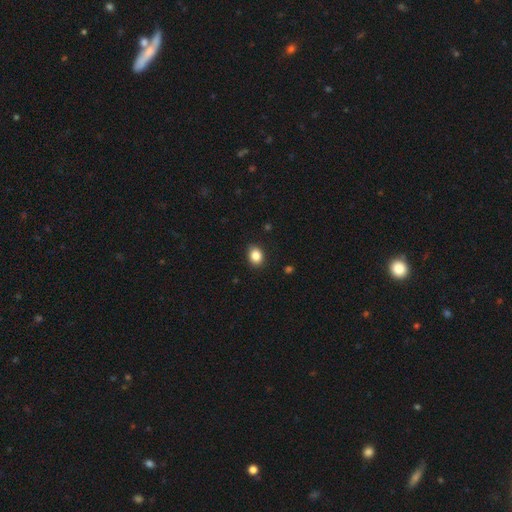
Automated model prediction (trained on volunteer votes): Morphology: type=smooth (86%); roundness=in between (53%); merging=none (87%).